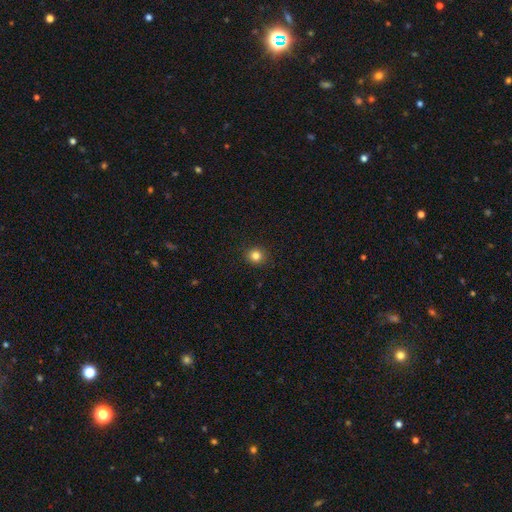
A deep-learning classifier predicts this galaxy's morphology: smooth 82%, star or artifact 13%, featured or disk 5%. Down the decision tree: how rounded — round (90%); merging — none (92%).